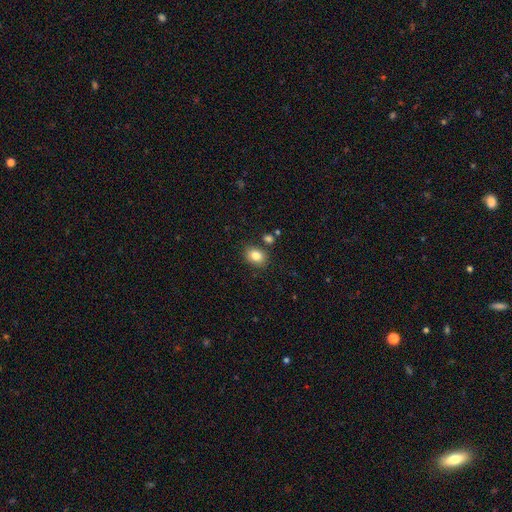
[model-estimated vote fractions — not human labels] Smooth or featured: smooth — 83% (star or artifact — 9%)
How rounded: in between — 63% (round — 36%)
Merging: none — 82% (minor disturbance — 10%)